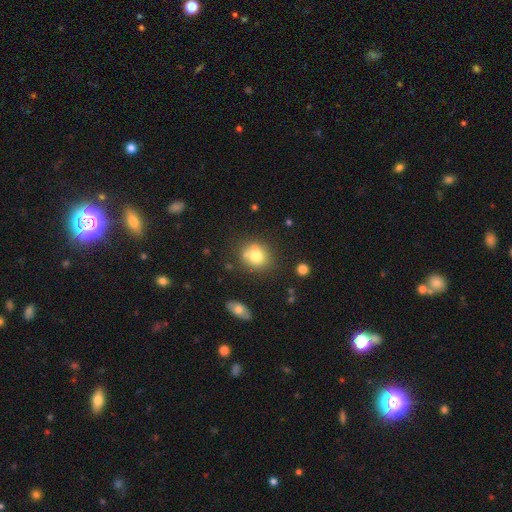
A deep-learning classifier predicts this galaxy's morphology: This is likely a smooth galaxy (72%). How rounded: likely round (75%). Merging: possibly none (59%).